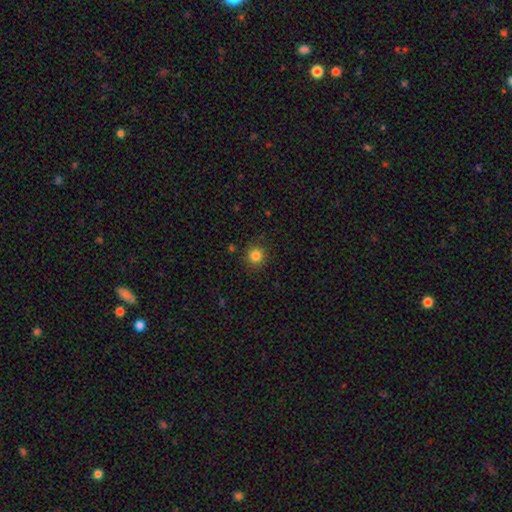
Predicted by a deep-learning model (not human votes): smooth 83%, star or artifact 12%, featured or disk 4%. Down the decision tree: how rounded — round (93%); merging — none (88%).